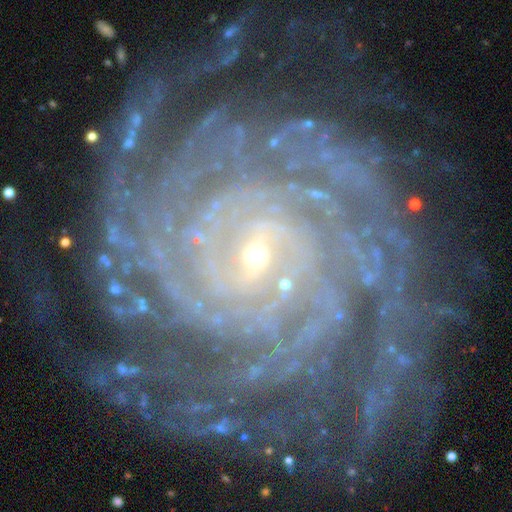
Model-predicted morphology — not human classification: smooth-or-featured: featured or disk: 92% | star or artifact: 5% | smooth: 3%
  disk-edge-on: no: 98% | yes: 2%
    bar: no: 46% | weak: 33% | strong: 20%
    has-spiral-arms: yes: 99% | no: 1%
      spiral-winding: tight: 89% | medium: 10% | loose: 2%
      spiral-arm-count: more than 4: 27% | 4: 19% | can't tell: 17% | 2: 14% | 3: 14% | 1: 10%
    bulge-size: small: 83% | moderate: 13% | none: 2% | large: 1% | dominant: 1%
  merging: none: 80% | minor disturbance: 13% | major disturbance: 5% | merger: 2%